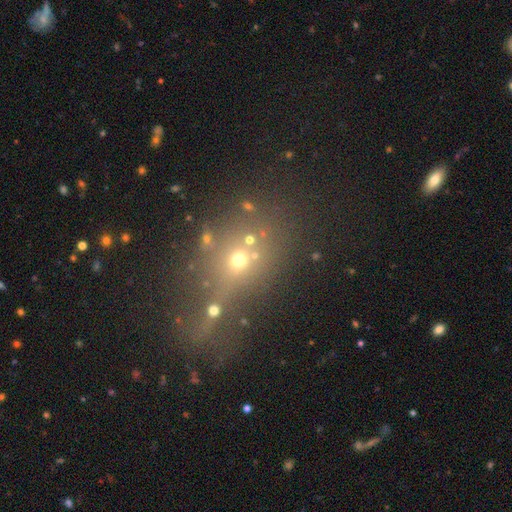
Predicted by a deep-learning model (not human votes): Smooth or featured: smooth — 44% (star or artifact — 35%)
Merging: none — 41% (merger — 36%)